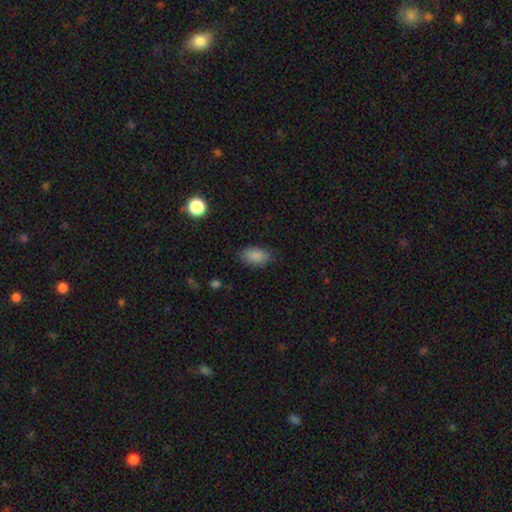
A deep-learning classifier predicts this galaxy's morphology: Smooth or featured? Predicted: smooth (p=0.87). How rounded? Predicted: in between (p=0.92). Merging? Predicted: none (p=0.80).